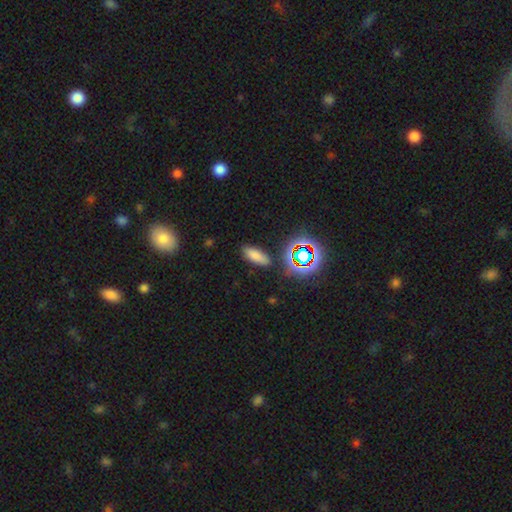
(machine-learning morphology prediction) This is likely a smooth galaxy (72%). How rounded: likely in between (72%). Merging: clearly none (85%).